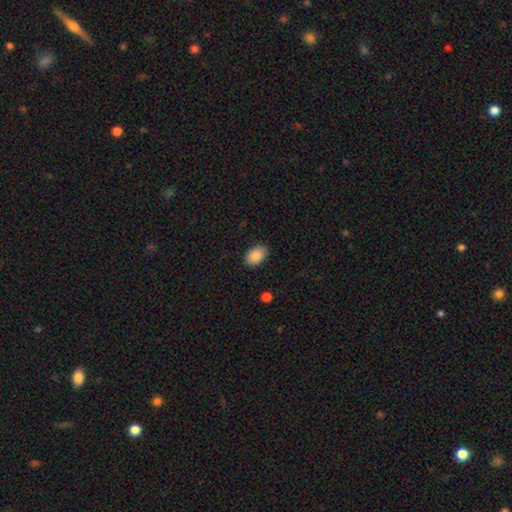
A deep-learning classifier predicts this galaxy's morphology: smooth_or_featured: smooth (p=0.88) [alt: star or artifact p=0.07]
how_rounded: in between (p=0.88) [alt: round p=0.11]
merging: none (p=0.87) [alt: minor disturbance p=0.09]